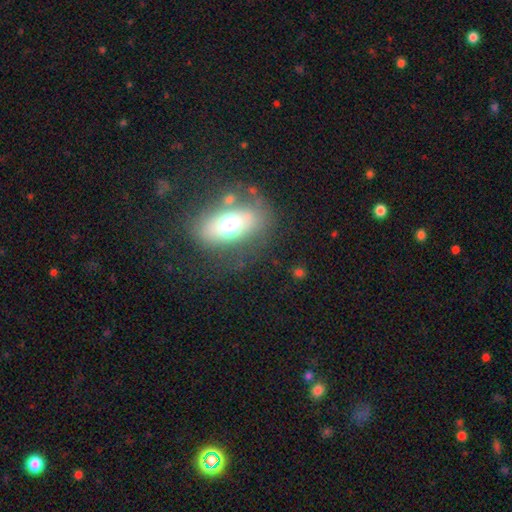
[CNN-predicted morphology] Smooth or featured? smooth (51%)
How rounded? in between (83%)
Merging? none (60%)